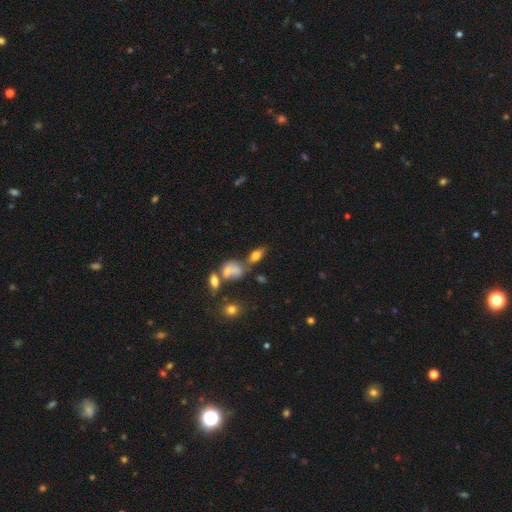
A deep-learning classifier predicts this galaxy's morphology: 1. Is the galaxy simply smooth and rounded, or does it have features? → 67% smooth, 21% featured or disk, 12% star or artifact.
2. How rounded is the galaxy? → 81% in between, 12% cigar-shaped, 8% round.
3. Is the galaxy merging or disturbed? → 56% none, 20% merger, 16% minor disturbance, 7% major disturbance.